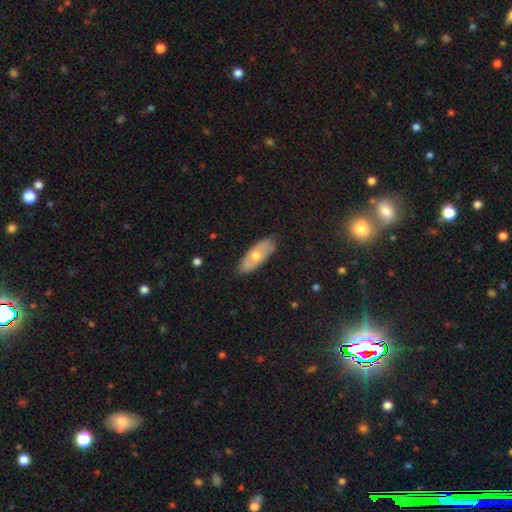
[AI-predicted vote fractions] Overall: smooth (51%; featured or disk 43%). How rounded: in between (80%). Merging: none (84%).